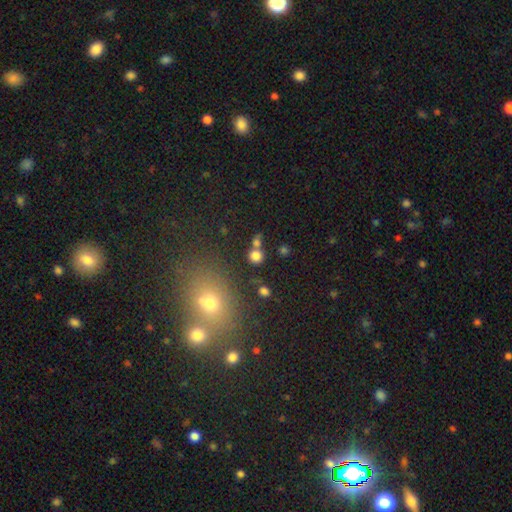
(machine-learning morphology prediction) Smooth or featured? Predicted: smooth (p=0.78). How rounded? Predicted: round (p=0.87). Merging? Predicted: none (p=0.65).